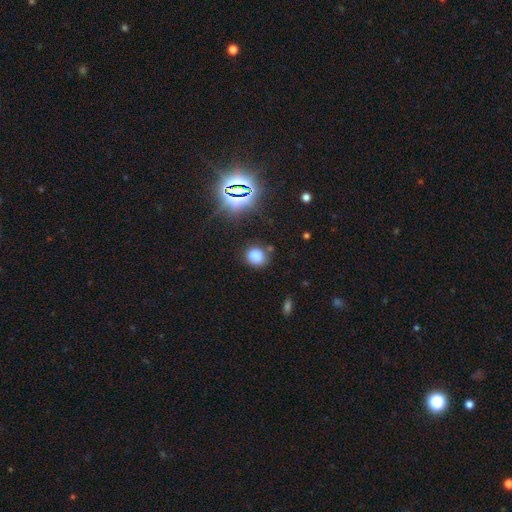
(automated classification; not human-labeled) A smooth galaxy with no disk features (76%) that is round (68%).

Vote fractions:
- Smooth or featured? smooth: 76% / star or artifact: 18% / featured or disk: 6%
- How rounded? round: 68% / in between: 30% / cigar-shaped: 1%
- Merging? none: 77% / minor disturbance: 15% / major disturbance: 5% / merger: 4%